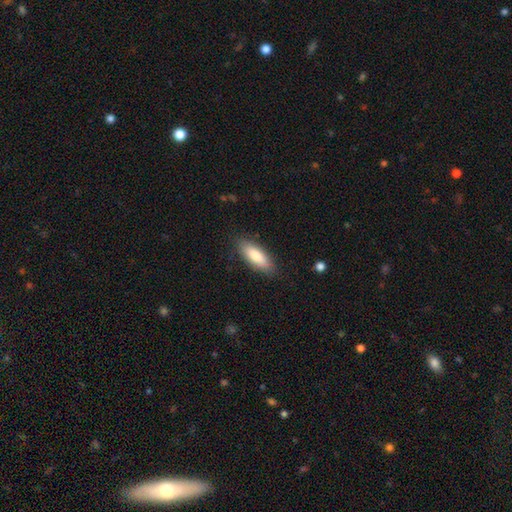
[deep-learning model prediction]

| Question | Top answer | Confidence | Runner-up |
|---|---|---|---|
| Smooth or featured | smooth | 83% | featured or disk (12%) |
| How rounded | in between | 67% | cigar-shaped (31%) |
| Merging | none | 85% | minor disturbance (11%) |